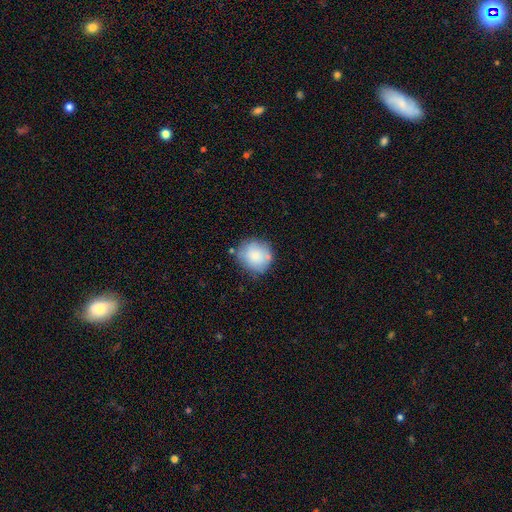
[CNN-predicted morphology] smooth-or-featured: smooth: 80% | featured or disk: 13% | star or artifact: 7%
  how-rounded: round: 86% | in between: 13% | cigar-shaped: 1%
  merging: none: 69% | minor disturbance: 20% | merger: 6% | major disturbance: 5%